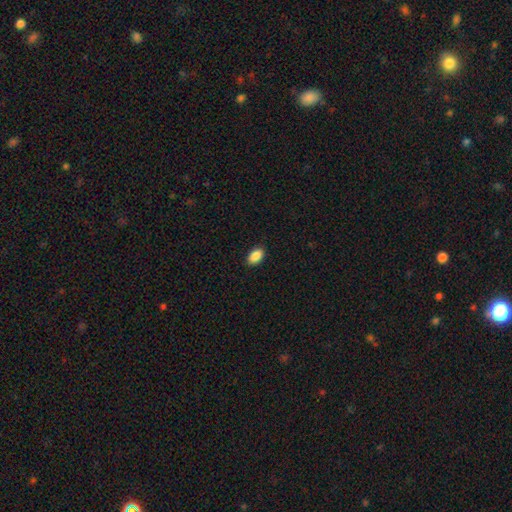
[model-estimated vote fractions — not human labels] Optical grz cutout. It shows a smooth galaxy with no disk features (89%) that is in between round and cigar-shaped (92%). Merging: none (90%).